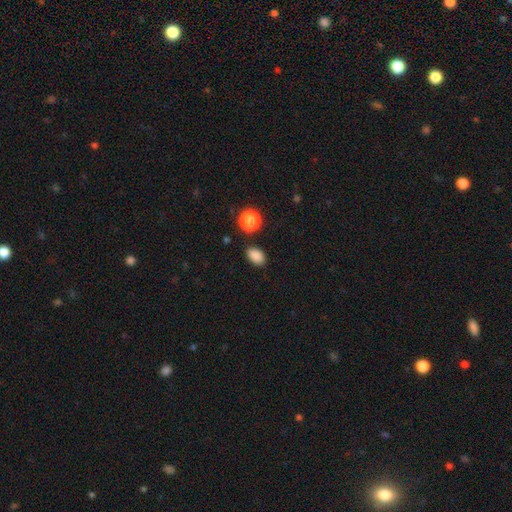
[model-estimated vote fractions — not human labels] A smooth galaxy with no disk features (86%) that is in between round and cigar-shaped (83%). Merging: none (83%).